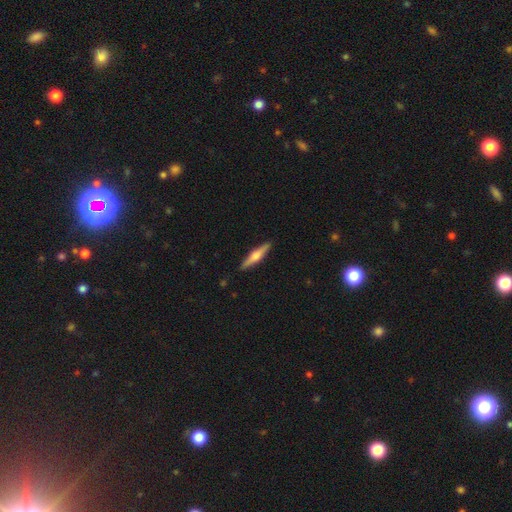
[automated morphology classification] A featured or disk galaxy (61%) viewed edge-on (97%) with a rounded central bulge (88%). Merging: none (91%).